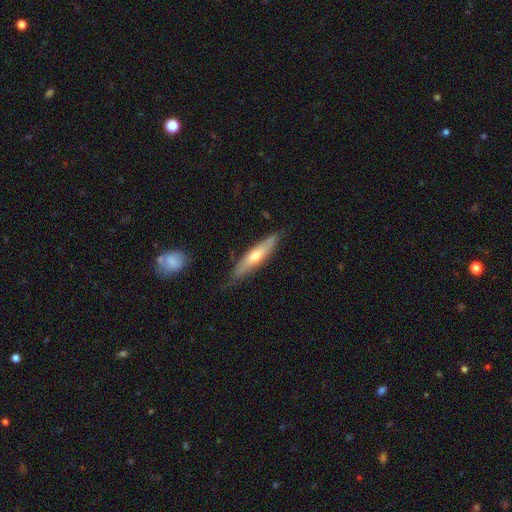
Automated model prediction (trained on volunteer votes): Smooth or featured? Predicted: smooth (p=0.48). Merging? Predicted: none (p=0.78).